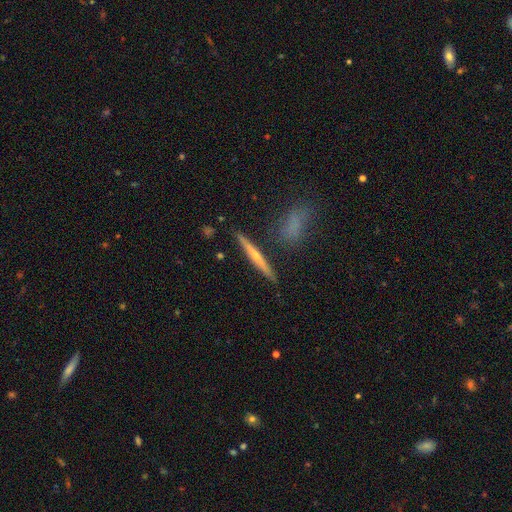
smooth_or_featured: featured or disk (p=0.59) [alt: smooth p=0.32]
disk_edge_on: yes (p=1.00)
edge_on_bulge: rounded (p=0.50) [alt: none p=0.45]
merging: none (p=1.00)